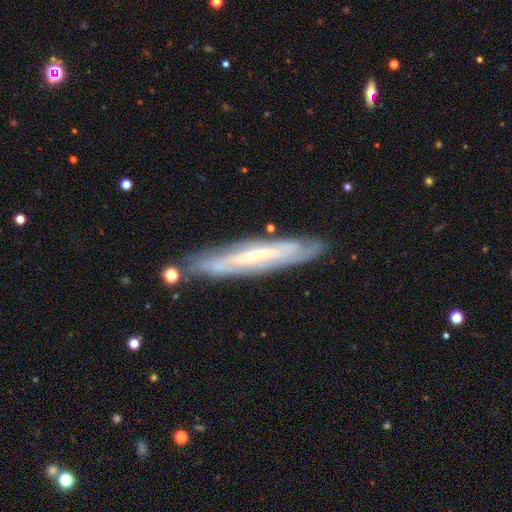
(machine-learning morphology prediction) Smooth or featured?
  - featured or disk: 75% *
  - smooth: 19%
  - star or artifact: 6%
Edge-on disk?
  - yes: 53% *
  - no: 47%
Merging?
  - none: 79% *
  - minor disturbance: 15%
  - major disturbance: 4%
  - merger: 3%